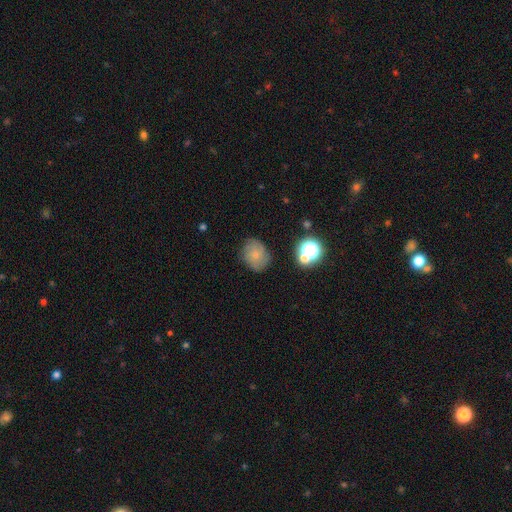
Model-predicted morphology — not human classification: A smooth galaxy with no disk features (55%) that is round (63%).

Vote fractions:
- Smooth or featured? smooth: 55% / featured or disk: 31% / star or artifact: 14%
- How rounded? round: 63% / in between: 36% / cigar-shaped: 1%
- Merging? none: 73% / minor disturbance: 18% / major disturbance: 6% / merger: 3%